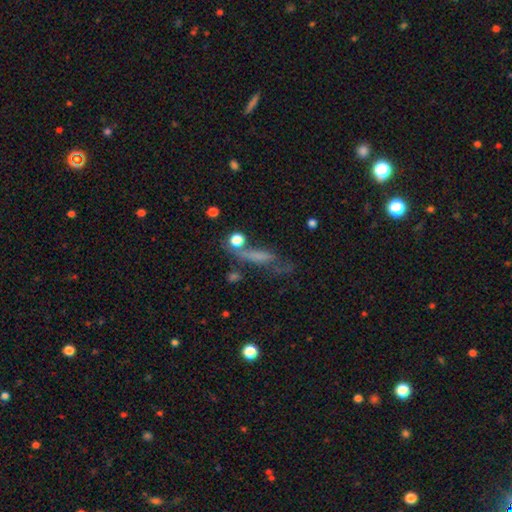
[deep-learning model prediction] Morphology: type=smooth (46%); merging=none (46%).